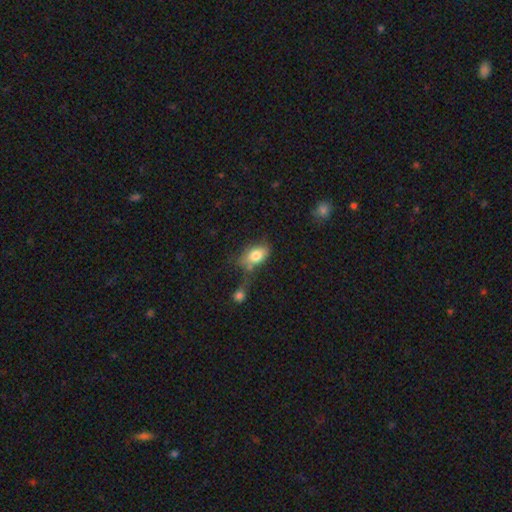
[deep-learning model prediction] Overall: smooth (79%). How rounded: in between (87%). Merging: none (42%; merger 24%).